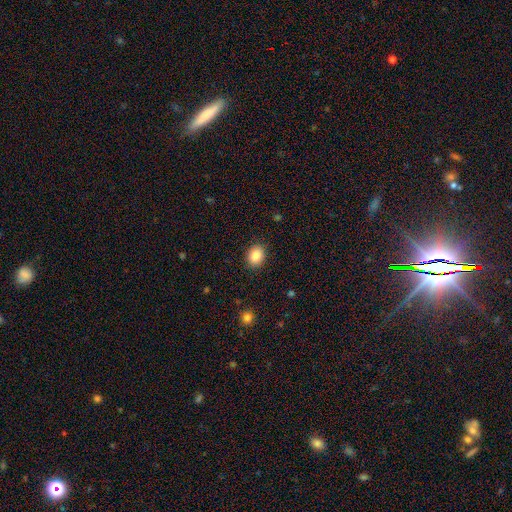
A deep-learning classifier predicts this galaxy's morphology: The model was most divided on "how rounded": in between: 58%, round: 41%, cigar-shaped: 1%. More confident: merging — none (88%); smooth or featured — smooth (88%).